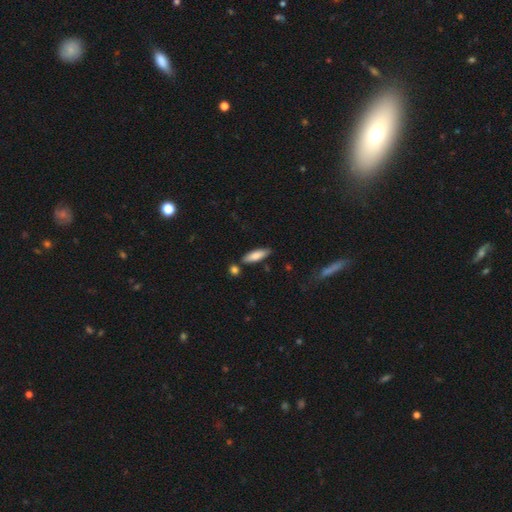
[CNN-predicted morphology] This is clearly a smooth galaxy (82%). How rounded: possibly cigar-shaped (50%). Merging: likely none (78%).